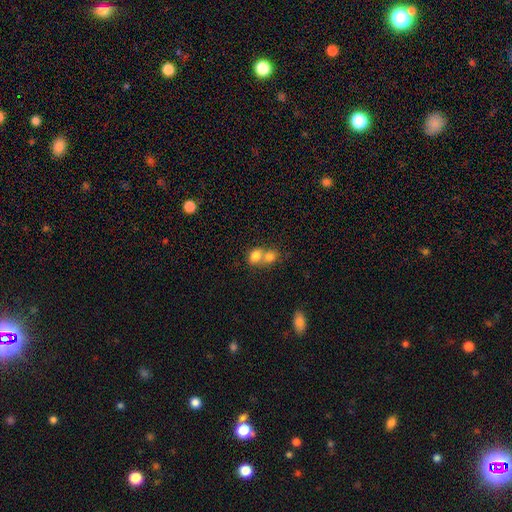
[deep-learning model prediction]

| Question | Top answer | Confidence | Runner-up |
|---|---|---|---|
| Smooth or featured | smooth | 79% | featured or disk (11%) |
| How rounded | round | 56% | in between (42%) |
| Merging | merger | 67% | none (25%) |